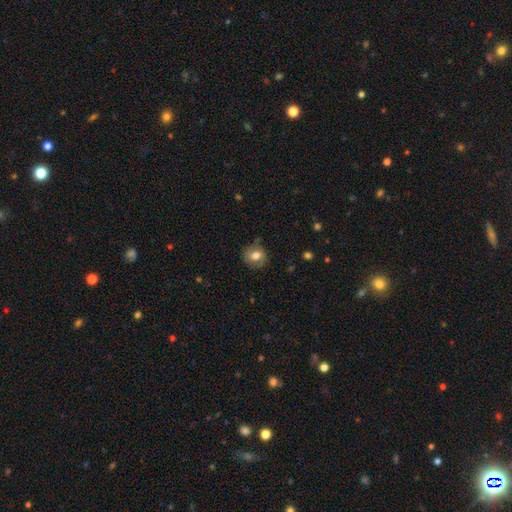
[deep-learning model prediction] This appears to be a smooth galaxy with no disk features (73%) that is round (79%). Merging: none (80%).